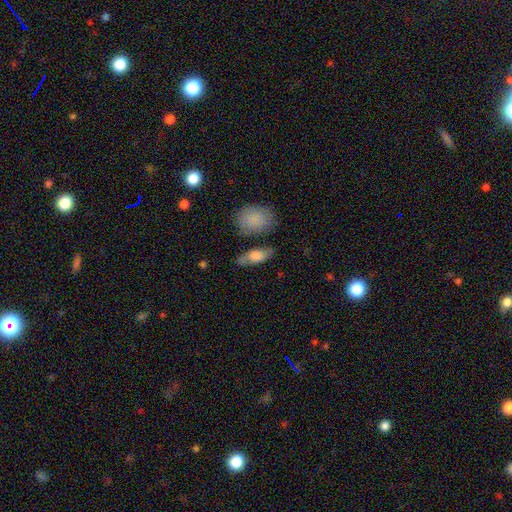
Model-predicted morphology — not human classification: Smooth or featured?
  - smooth: 71% *
  - featured or disk: 22%
  - star or artifact: 7%
How rounded?
  - in between: 77% *
  - cigar-shaped: 18%
  - round: 5%
Merging?
  - none: 67% *
  - minor disturbance: 19%
  - merger: 8%
  - major disturbance: 6%